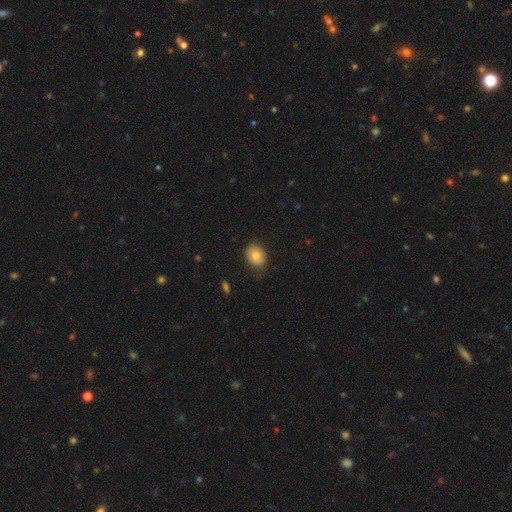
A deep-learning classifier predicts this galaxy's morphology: A smooth galaxy with no disk features (77%) that is in between round and cigar-shaped (59%). Merging: none (73%).